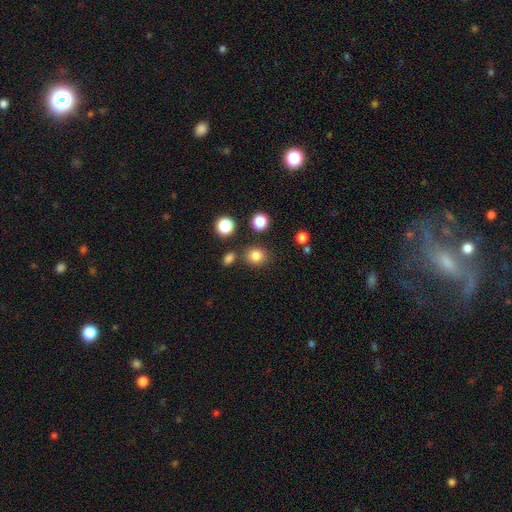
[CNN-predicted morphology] A smooth galaxy with no disk features (83%) that is round (77%).

Vote fractions:
- Smooth or featured? smooth: 83% / star or artifact: 13% / featured or disk: 5%
- How rounded? round: 77% / in between: 22% / cigar-shaped: 1%
- Merging? none: 81% / minor disturbance: 9% / merger: 7% / major disturbance: 3%